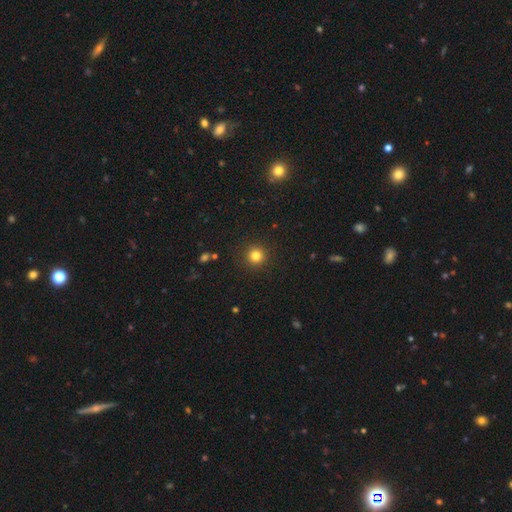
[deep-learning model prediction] Smooth or featured? Predicted: smooth (p=0.81). How rounded? Predicted: round (p=0.95). Merging? Predicted: none (p=0.91).